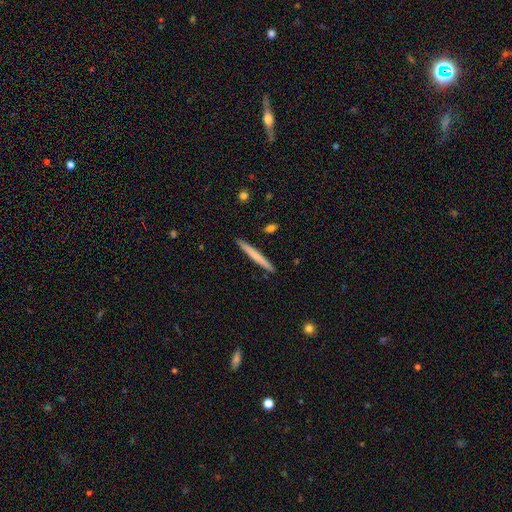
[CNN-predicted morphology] Overall: smooth (64%; featured or disk 31%). How rounded: cigar-shaped (97%). Merging: none (92%).